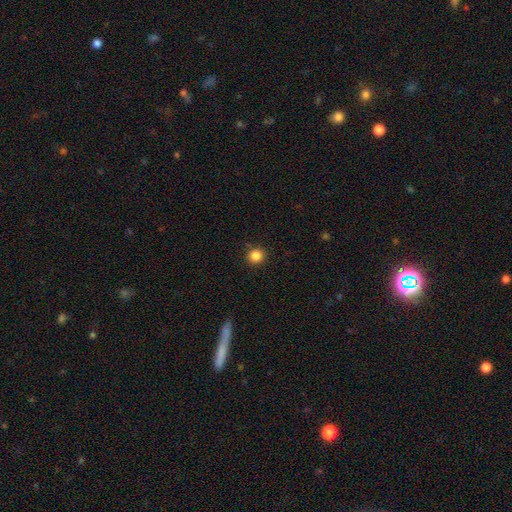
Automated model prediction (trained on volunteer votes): smooth-or-featured: smooth: 85% | star or artifact: 11% | featured or disk: 3%
  how-rounded: round: 92% | in between: 7% | cigar-shaped: 1%
  merging: none: 90% | minor disturbance: 6% | major disturbance: 2% | merger: 2%